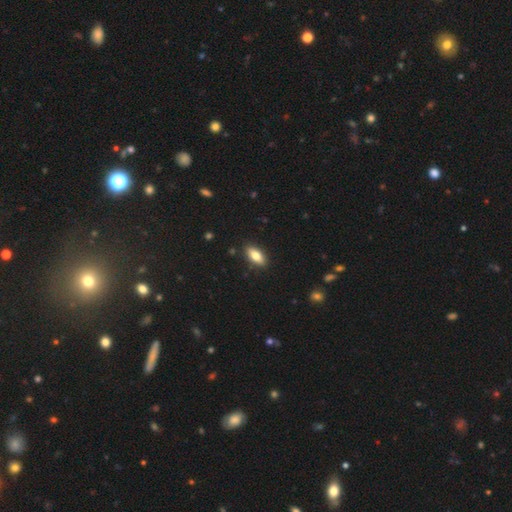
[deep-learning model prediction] Q: Smooth or featured?
A: smooth (78%); runner-up: featured or disk (15%)
Q: How rounded?
A: in between (83%); runner-up: cigar-shaped (15%)
Q: Merging?
A: none (88%); runner-up: minor disturbance (9%)